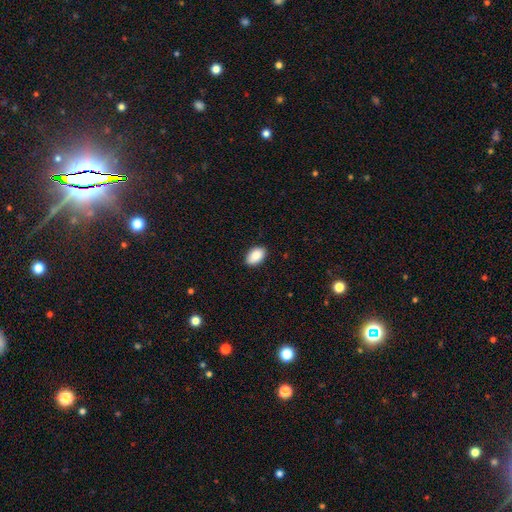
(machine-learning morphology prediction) type=smooth (90%); roundness=in between (92%); merging=none (88%).